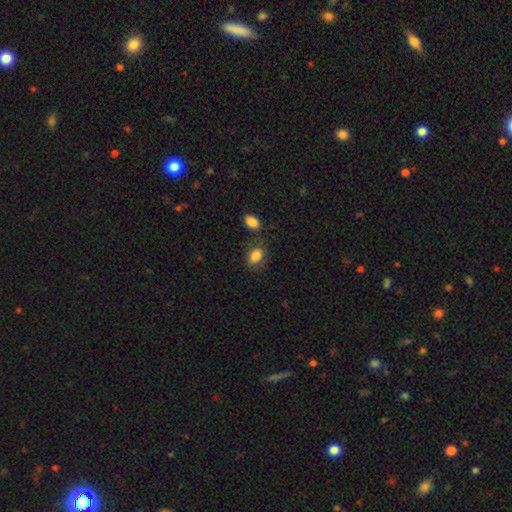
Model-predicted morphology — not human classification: smooth 85%, star or artifact 8%, featured or disk 7%. Down the decision tree: how rounded — in between (81%); merging — none (70%).